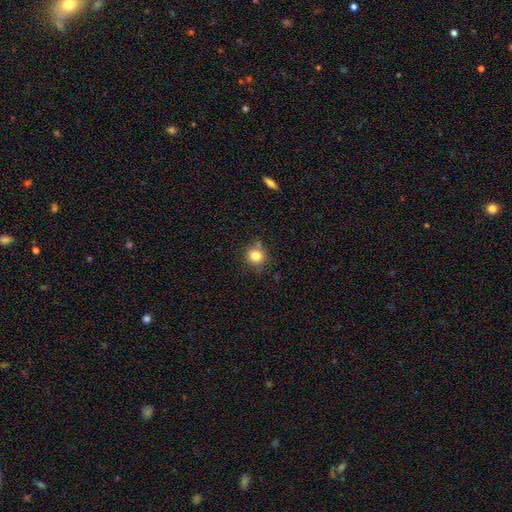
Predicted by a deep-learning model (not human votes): Overall: smooth (81%). How rounded: round (84%). Merging: none (72%).